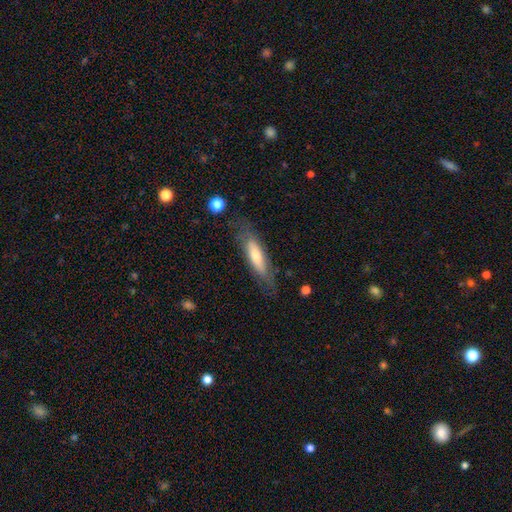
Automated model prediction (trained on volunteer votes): smooth-or-featured: smooth: 55% | featured or disk: 39% | star or artifact: 7%
  how-rounded: cigar-shaped: 68% | in between: 31% | round: 2%
  merging: none: 73% | minor disturbance: 18% | major disturbance: 7% | merger: 2%